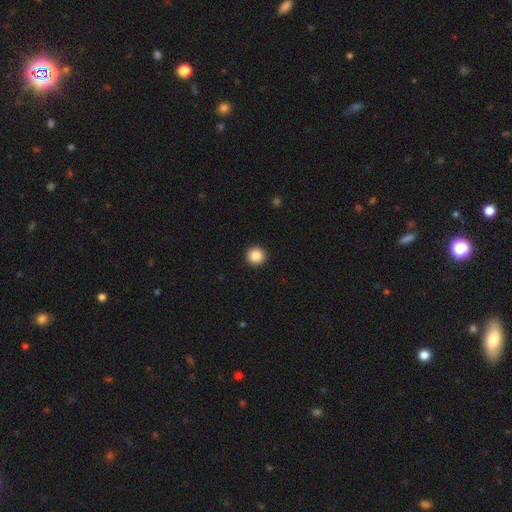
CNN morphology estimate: This appears to be a smooth galaxy with no disk features (87%) that is round (96%). Merging: none (94%).